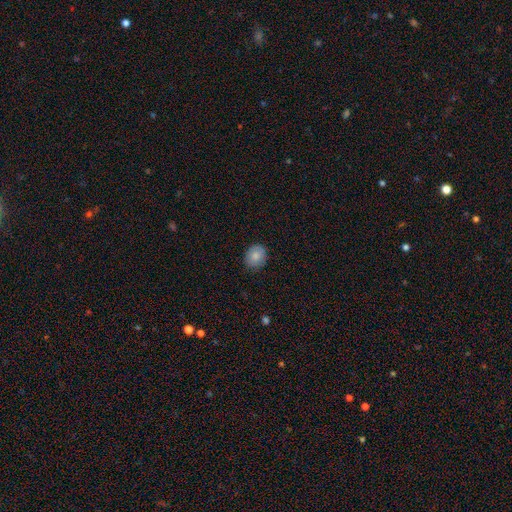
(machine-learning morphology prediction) The model was most divided on "how rounded": round: 55%, in between: 44%, cigar-shaped: 1%. More confident: merging — none (84%); smooth or featured — smooth (82%).